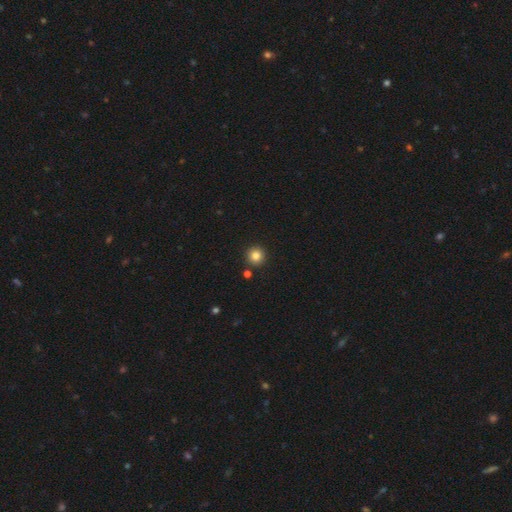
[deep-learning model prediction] smooth 83%, star or artifact 11%, featured or disk 5%. Down the decision tree: how rounded — round (95%); merging — none (89%).